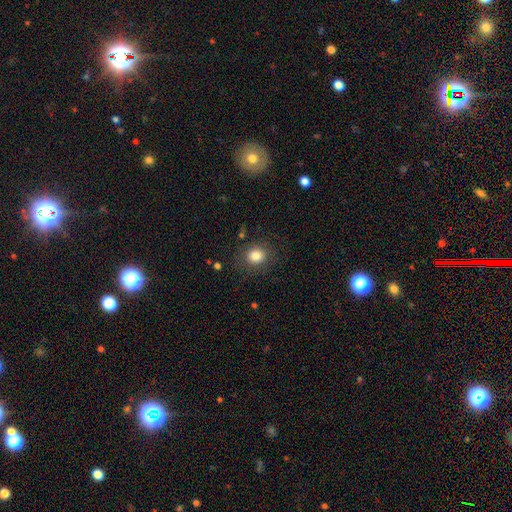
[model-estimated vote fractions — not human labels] This is clearly a smooth galaxy (82%). How rounded: likely round (75%). Merging: clearly none (83%).